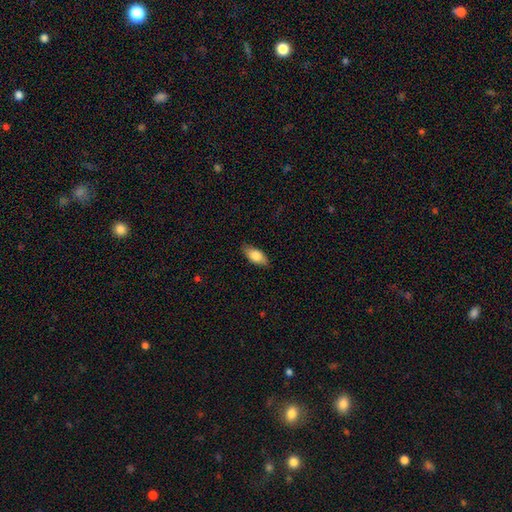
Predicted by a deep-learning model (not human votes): smooth 77%, featured or disk 16%, star or artifact 6%. Down the decision tree: how rounded — in between (85%); merging — none (85%).